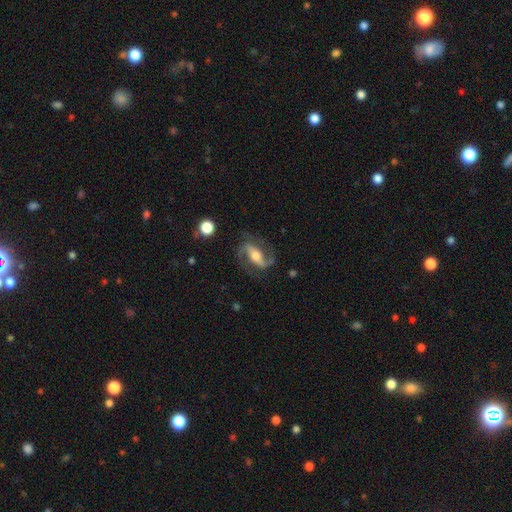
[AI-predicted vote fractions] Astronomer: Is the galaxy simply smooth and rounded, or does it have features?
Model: featured or disk — 87%.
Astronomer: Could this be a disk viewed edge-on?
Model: no — 95%.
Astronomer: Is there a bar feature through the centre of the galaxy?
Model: strong — 51% (runner-up: weak, 30%).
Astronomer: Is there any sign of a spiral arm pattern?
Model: yes — 96%.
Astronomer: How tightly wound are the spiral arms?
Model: medium — 51% (runner-up: loose, 33%).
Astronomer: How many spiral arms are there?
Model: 2 — 92%.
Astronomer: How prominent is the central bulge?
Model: moderate — 60%.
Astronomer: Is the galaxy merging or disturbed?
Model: none — 76%.